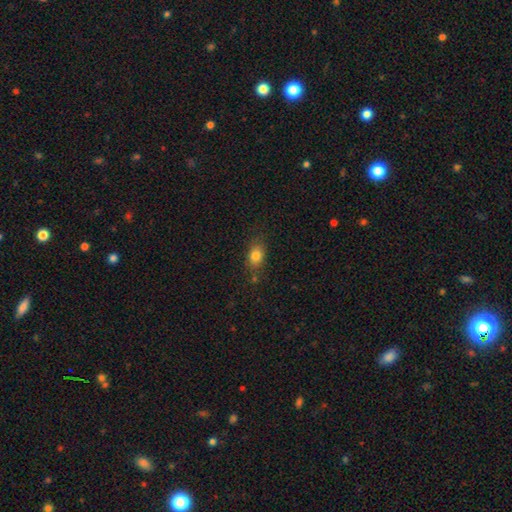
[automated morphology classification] The model was most divided on "how rounded": in between: 70%, round: 26%, cigar-shaped: 3%. More confident: smooth or featured — smooth (80%); merging — none (74%).